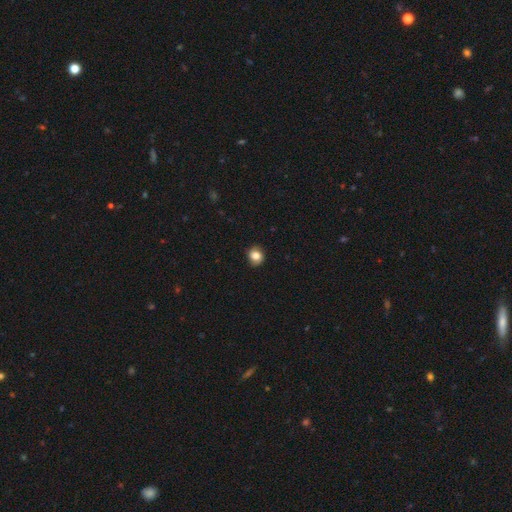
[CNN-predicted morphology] This is clearly a smooth galaxy (82%). How rounded: likely round (74%). Merging: clearly none (86%).